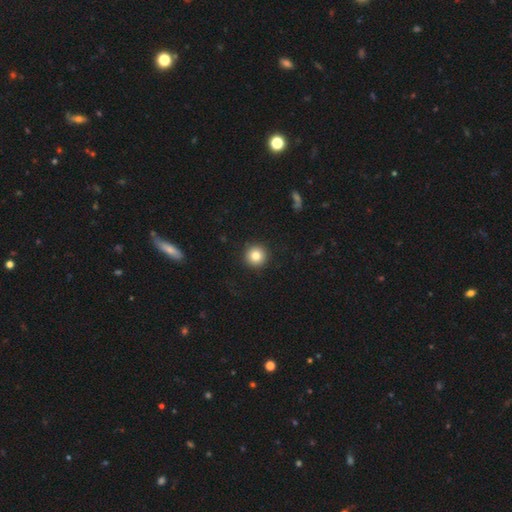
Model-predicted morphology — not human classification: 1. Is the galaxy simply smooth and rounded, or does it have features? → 83% smooth, 10% star or artifact, 7% featured or disk.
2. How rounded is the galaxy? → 96% round, 3% in between, 1% cigar-shaped.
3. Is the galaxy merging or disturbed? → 93% none, 5% minor disturbance, 2% major disturbance, 1% merger.